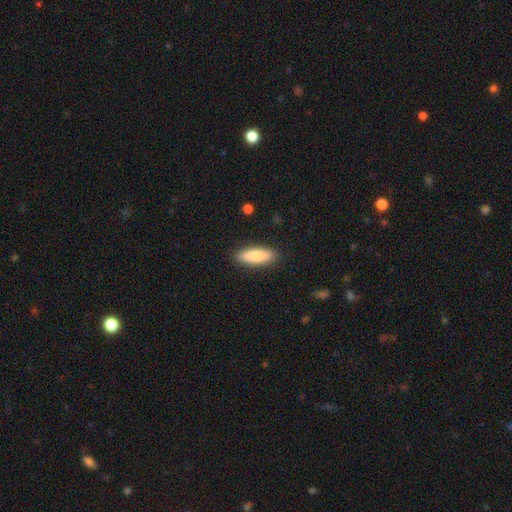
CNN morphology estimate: Smooth or featured?
  - smooth: 83% *
  - featured or disk: 11%
  - star or artifact: 5%
How rounded?
  - cigar-shaped: 53% *
  - in between: 46%
  - round: 2%
Merging?
  - none: 89% *
  - minor disturbance: 8%
  - major disturbance: 2%
  - merger: 1%